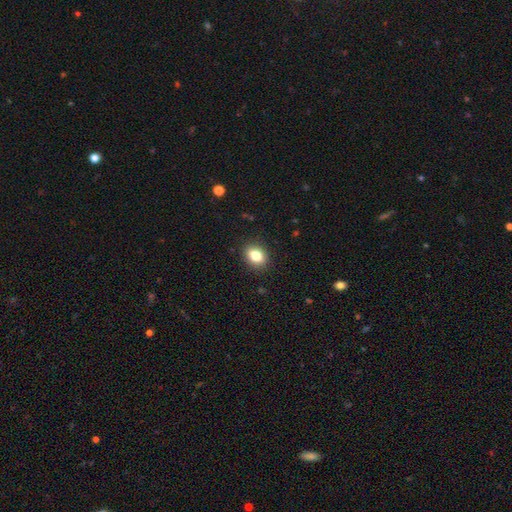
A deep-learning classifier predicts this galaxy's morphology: Smooth or featured? smooth (82%)
How rounded? in between (61%)
Merging? none (89%)